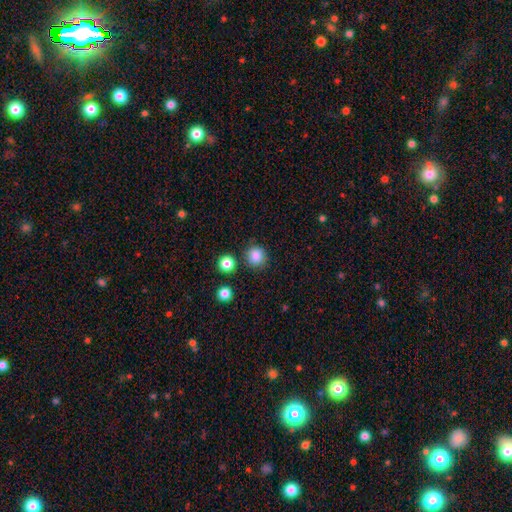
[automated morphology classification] Smooth or featured? Predicted: smooth (p=0.85). How rounded? Predicted: round (p=0.89). Merging? Predicted: none (p=0.83).